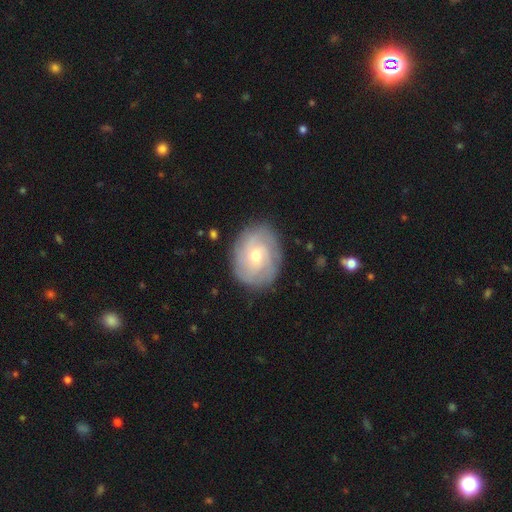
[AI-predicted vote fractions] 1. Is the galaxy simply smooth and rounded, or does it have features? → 68% featured or disk, 25% smooth, 7% star or artifact.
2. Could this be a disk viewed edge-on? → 97% no, 3% yes.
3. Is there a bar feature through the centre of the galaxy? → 70% no, 26% weak, 4% strong.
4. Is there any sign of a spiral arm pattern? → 88% yes, 12% no.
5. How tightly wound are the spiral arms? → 66% tight, 26% medium, 8% loose.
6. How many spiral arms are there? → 44% can't tell, 18% 3, 16% 2, 12% 4, 5% more than 4, 5% 1.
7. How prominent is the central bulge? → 53% moderate, 43% small, 2% large, 1% none, 1% dominant.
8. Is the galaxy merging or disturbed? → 82% none, 13% minor disturbance, 4% major disturbance, 1% merger.